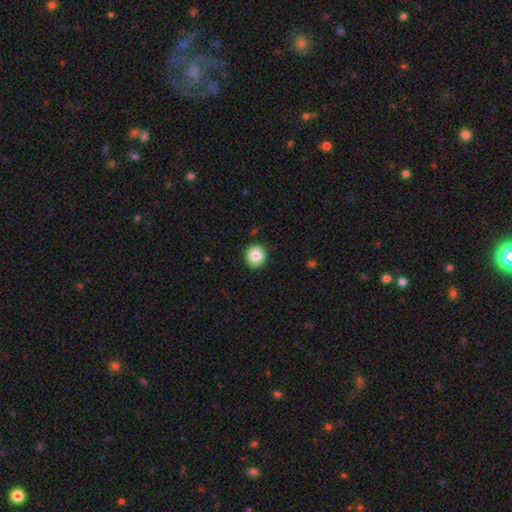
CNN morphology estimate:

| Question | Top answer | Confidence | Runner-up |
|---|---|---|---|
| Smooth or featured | smooth | 84% | star or artifact (9%) |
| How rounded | round | 84% | in between (15%) |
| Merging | none | 91% | minor disturbance (6%) |